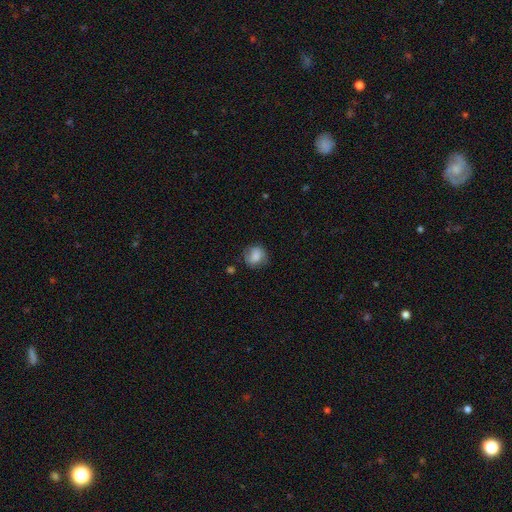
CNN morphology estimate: smooth 74%, featured or disk 17%, star or artifact 9%. Down the decision tree: how rounded — round (76%); merging — none (69%).